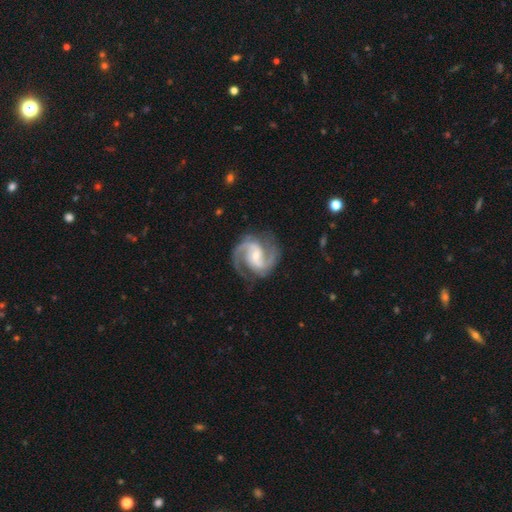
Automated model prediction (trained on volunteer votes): A featured or disk galaxy (92%) with a weak bar (44%), 2 (87%) medium (60%) spiral arms (98%) and a small central bulge (57%).

Vote fractions:
- Smooth or featured? featured or disk: 92% / star or artifact: 4% / smooth: 4%
- Edge-on disk? no: 98% / yes: 2%
- Bar? weak: 44% / no: 31% / strong: 25%
- Spiral arms? yes: 98% / no: 2%
- Spiral winding? medium: 60% / tight: 24% / loose: 16%
- Spiral arm count? 2: 87% / 3: 6% / can't tell: 3% / 1: 2% / 4: 1% / more than 4: 1%
- Bulge size? small: 57% / moderate: 38% / large: 2% / none: 2% / dominant: 1%
- Merging? none: 77% / minor disturbance: 15% / major disturbance: 7% / merger: 1%